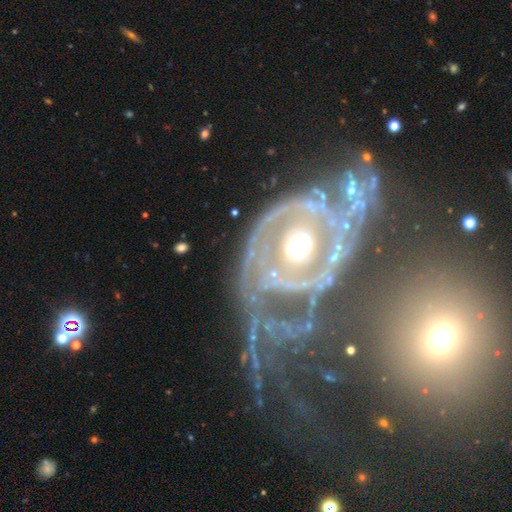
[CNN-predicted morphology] A featured or disk galaxy (85%) with no bar (64%), 2 (35%) tight (57%) spiral arms (79%) and a moderate central bulge (70%).

Vote fractions:
- Smooth or featured? featured or disk: 85% / smooth: 8% / star or artifact: 7%
- Edge-on disk? no: 96% / yes: 4%
- Bar? no: 64% / weak: 21% / strong: 15%
- Spiral arms? yes: 79% / no: 21%
- Spiral winding? tight: 57% / medium: 27% / loose: 16%
- Spiral arm count? 2: 35% / can't tell: 25% / 3: 13% / 1: 10% / 4: 9% / more than 4: 9%
- Bulge size? moderate: 70% / large: 13% / small: 13% / dominant: 2% / none: 2%
- Merging? none: 55% / major disturbance: 21% / minor disturbance: 19% / merger: 5%